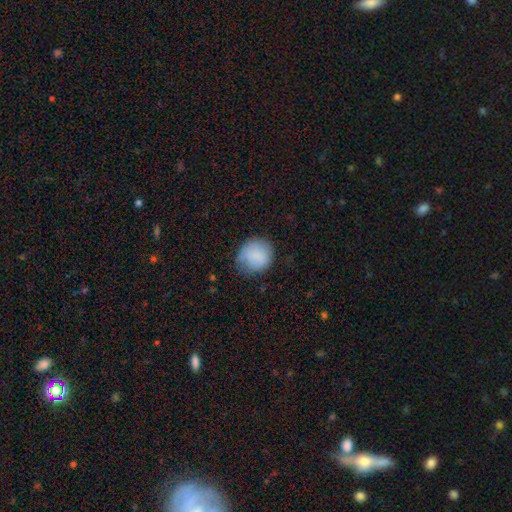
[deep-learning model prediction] Overall: smooth (85%). How rounded: round (83%). Merging: none (62%; minor disturbance 28%).